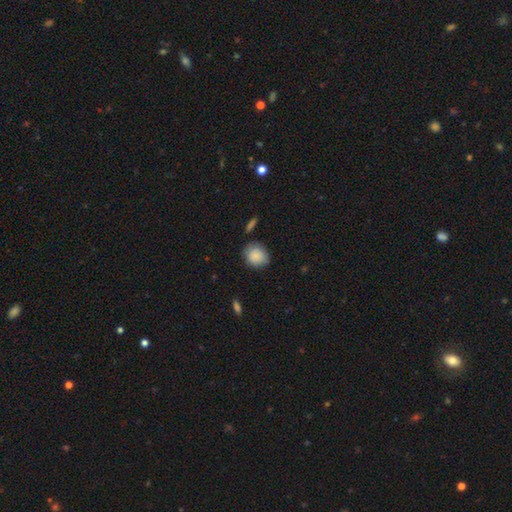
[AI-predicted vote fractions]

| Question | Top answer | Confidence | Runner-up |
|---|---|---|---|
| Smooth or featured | smooth | 87% | star or artifact (7%) |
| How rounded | round | 74% | in between (25%) |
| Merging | none | 77% | minor disturbance (17%) |